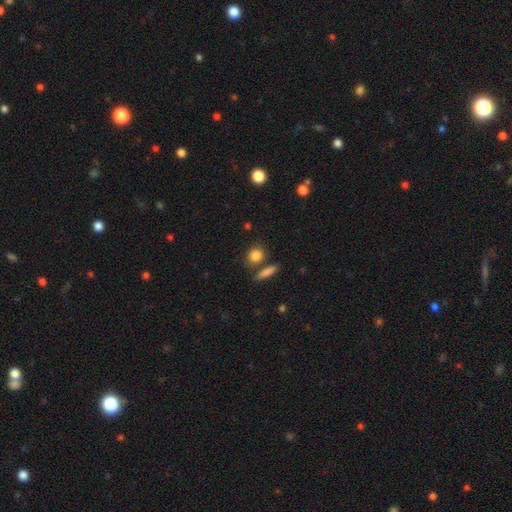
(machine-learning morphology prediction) This is clearly a smooth galaxy (85%). How rounded: likely round (62%). Merging: likely none (71%).